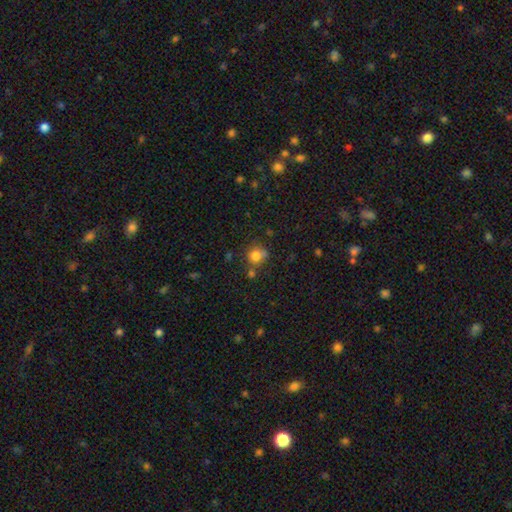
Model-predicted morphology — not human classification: smooth_or_featured: smooth (p=0.79) [alt: star or artifact p=0.13]
how_rounded: round (p=0.82) [alt: in between p=0.17]
merging: none (p=0.60) [alt: minor disturbance p=0.19]